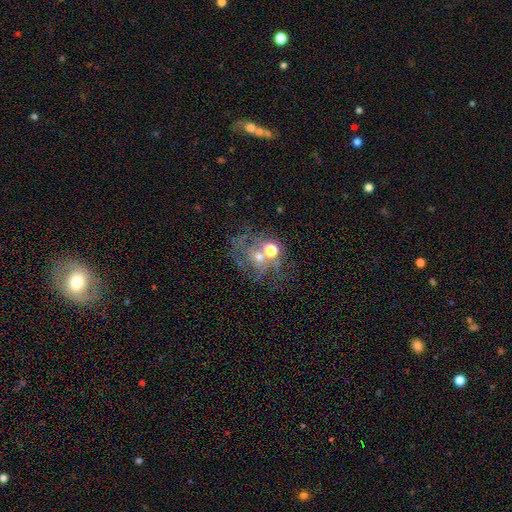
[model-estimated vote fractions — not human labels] Q: Smooth or featured?
A: featured or disk (52%); runner-up: star or artifact (31%)
Q: Edge-on disk?
A: no (95%); runner-up: yes (5%)
Q: Merging?
A: none (54%); runner-up: major disturbance (17%)